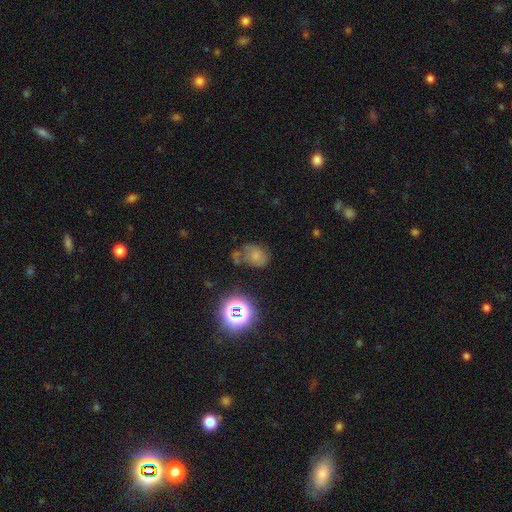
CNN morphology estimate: This appears to be a smooth galaxy with no disk features (54%) that is in between round and cigar-shaped (57%). Merging: none (46%).